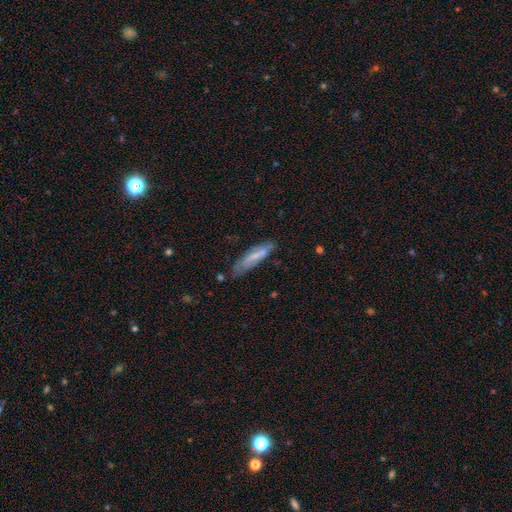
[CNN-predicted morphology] smooth_or_featured: smooth (p=0.52) [alt: featured or disk p=0.41]
how_rounded: cigar-shaped (p=0.74) [alt: in between p=0.24]
merging: none (p=0.63) [alt: minor disturbance p=0.26]